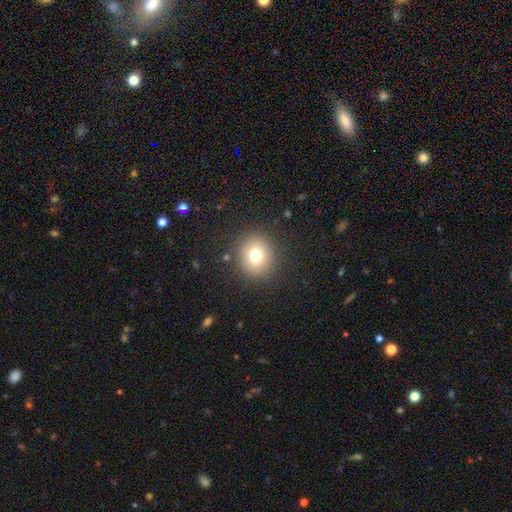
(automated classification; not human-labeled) A smooth galaxy with no disk features (76%) that is round (86%). Merging: none (88%).